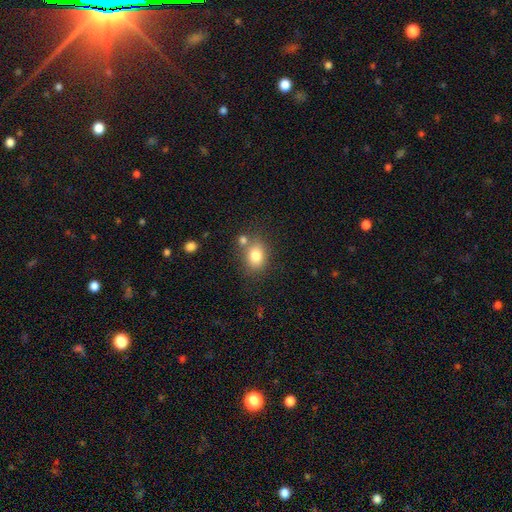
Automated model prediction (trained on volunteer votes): Overall: smooth (80%). How rounded: in between (59%; round 40%). Merging: none (64%).